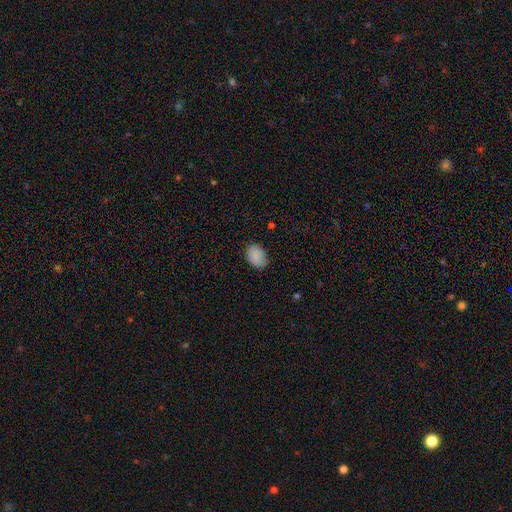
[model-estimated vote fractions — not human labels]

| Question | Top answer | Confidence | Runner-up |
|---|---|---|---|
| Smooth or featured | smooth | 88% | star or artifact (8%) |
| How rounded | in between | 80% | round (19%) |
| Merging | none | 79% | minor disturbance (17%) |